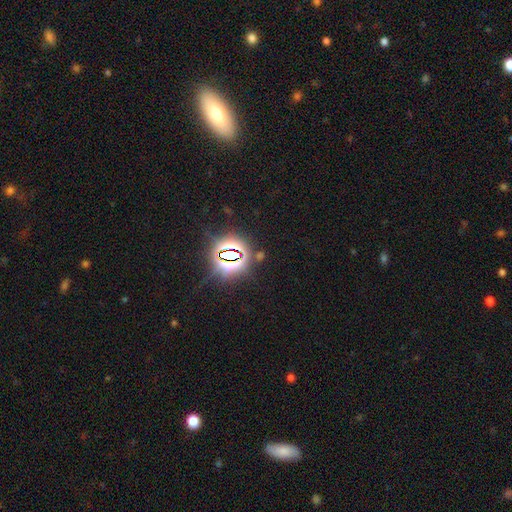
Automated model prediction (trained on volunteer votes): Smooth or featured? Predicted: star or artifact (p=0.81).